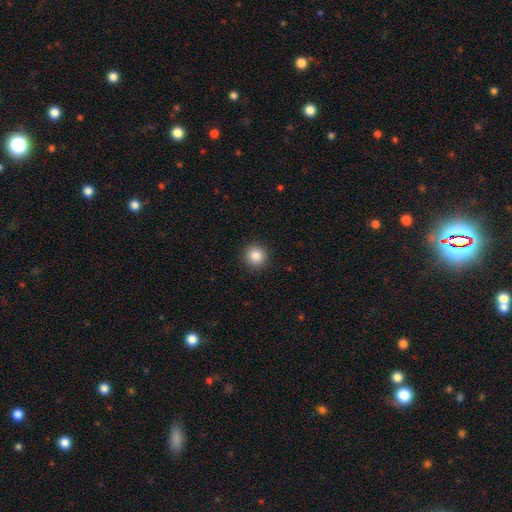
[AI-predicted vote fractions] smooth-or-featured: smooth: 85% | star or artifact: 10% | featured or disk: 5%
  how-rounded: round: 95% | in between: 4% | cigar-shaped: 1%
  merging: none: 92% | minor disturbance: 5% | major disturbance: 2% | merger: 1%